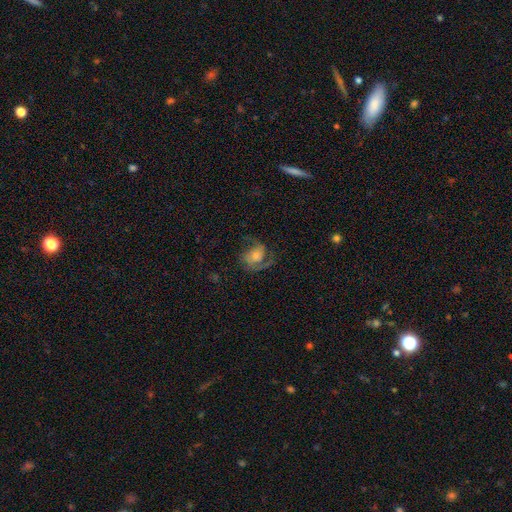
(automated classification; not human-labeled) The model was most divided on "bulge size": moderate: 48%, small: 35%, large: 10%, none: 5%, dominant: 2%. Remaining: edge-on disk — no (97%); spiral arms — yes (94%); smooth or featured — featured or disk (77%); spiral arm count — 2 (73%); bar — no (65%); merging — none (63%); spiral winding — medium (49%).